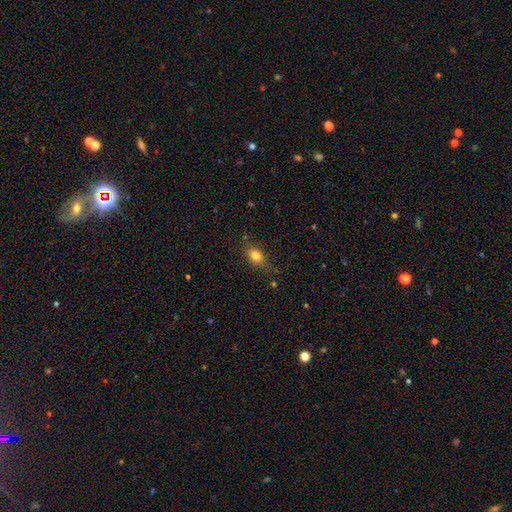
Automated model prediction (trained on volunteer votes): Q: Smooth or featured?
A: smooth (81%); runner-up: star or artifact (10%)
Q: How rounded?
A: in between (78%); runner-up: round (19%)
Q: Merging?
A: none (79%); runner-up: minor disturbance (15%)